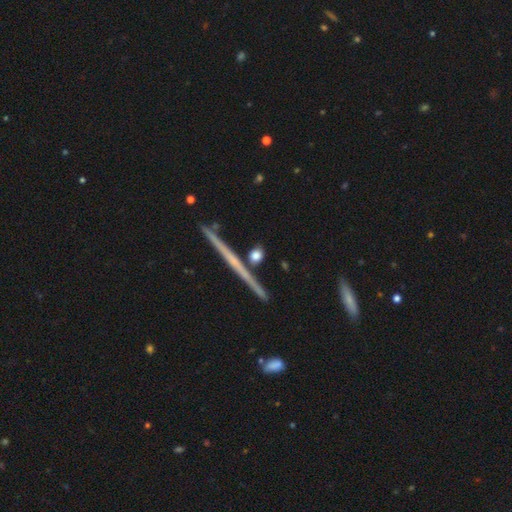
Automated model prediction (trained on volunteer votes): Smooth or featured? smooth (69%)
How rounded? round (63%)
Merging? none (81%)